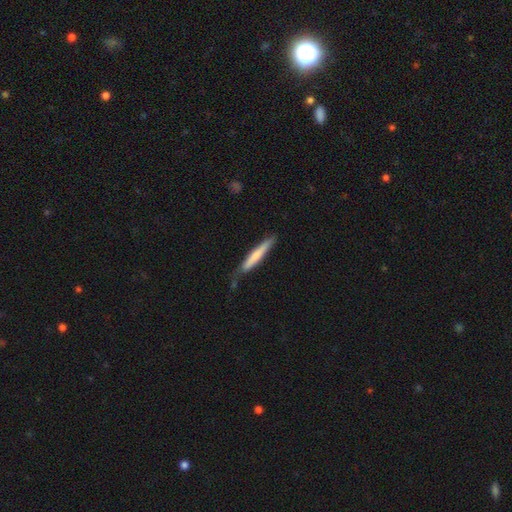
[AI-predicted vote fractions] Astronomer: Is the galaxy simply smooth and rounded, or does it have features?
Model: smooth — 65%.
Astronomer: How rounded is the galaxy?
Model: cigar-shaped — 95%.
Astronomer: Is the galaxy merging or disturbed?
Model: none — 74%.